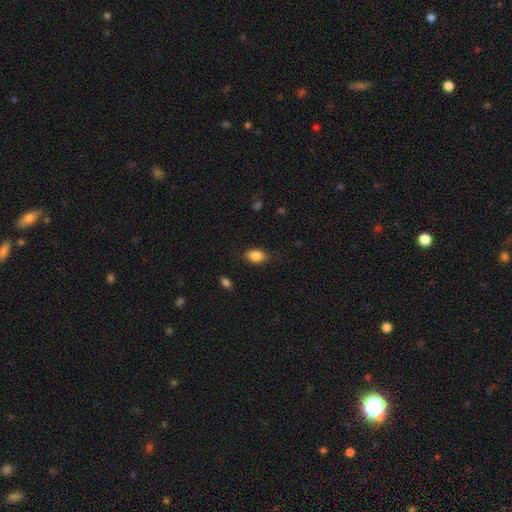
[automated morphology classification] Q: Smooth or featured?
A: smooth (84%); runner-up: star or artifact (8%)
Q: How rounded?
A: in between (82%); runner-up: round (15%)
Q: Merging?
A: none (78%); runner-up: minor disturbance (17%)